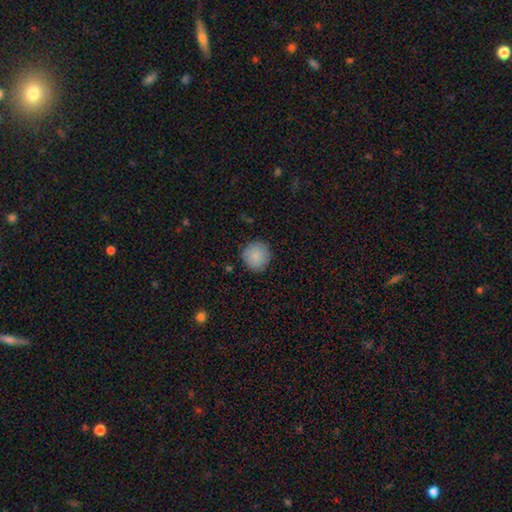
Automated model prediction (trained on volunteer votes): A smooth galaxy with no disk features (86%) that is round (94%). Merging: none (87%).